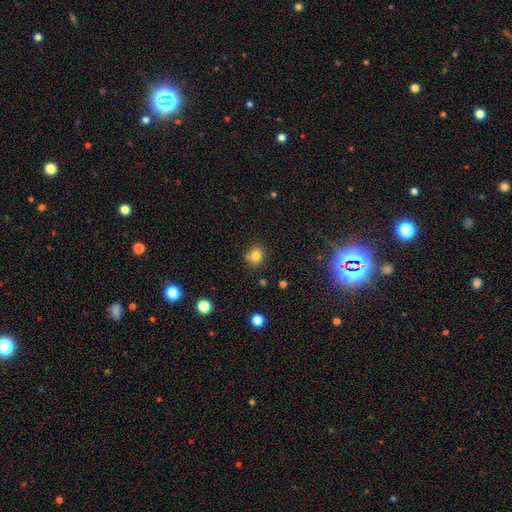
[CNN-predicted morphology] A smooth galaxy with no disk features (79%) that is round (78%). Merging: none (72%).